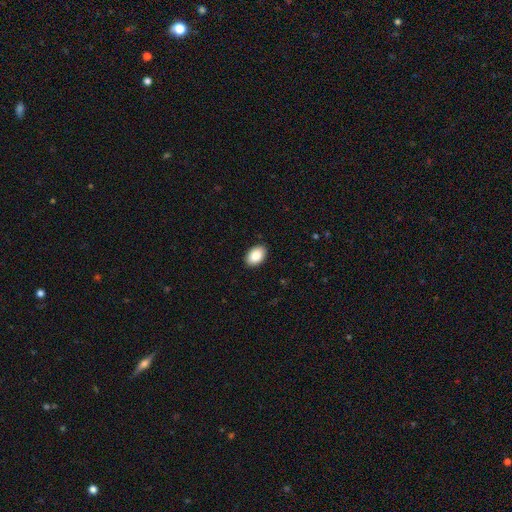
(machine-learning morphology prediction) smooth 88%, star or artifact 7%, featured or disk 5%. Down the decision tree: how rounded — in between (88%); merging — none (90%).